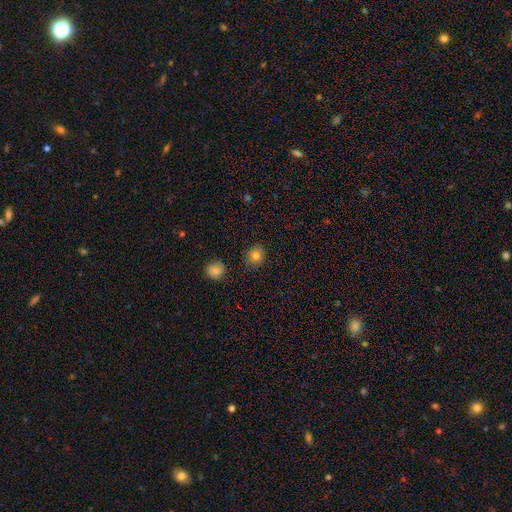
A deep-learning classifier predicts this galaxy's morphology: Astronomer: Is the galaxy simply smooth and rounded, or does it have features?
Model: smooth — 81%.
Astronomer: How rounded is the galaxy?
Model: round — 75%.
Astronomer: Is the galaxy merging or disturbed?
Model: none — 84%.